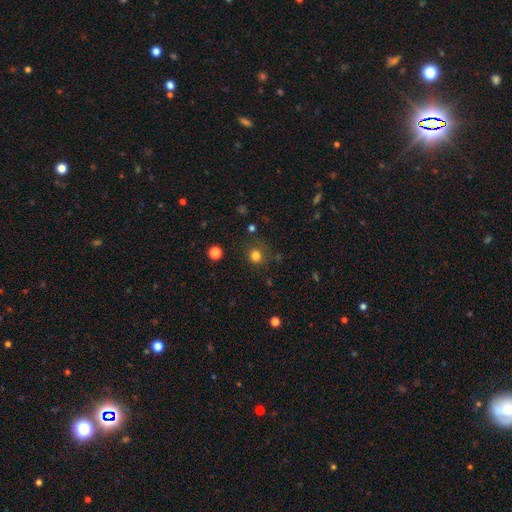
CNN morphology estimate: smooth-or-featured: smooth: 80% | star or artifact: 15% | featured or disk: 5%
  how-rounded: round: 89% | in between: 10% | cigar-shaped: 1%
  merging: none: 81% | minor disturbance: 12% | major disturbance: 5% | merger: 2%